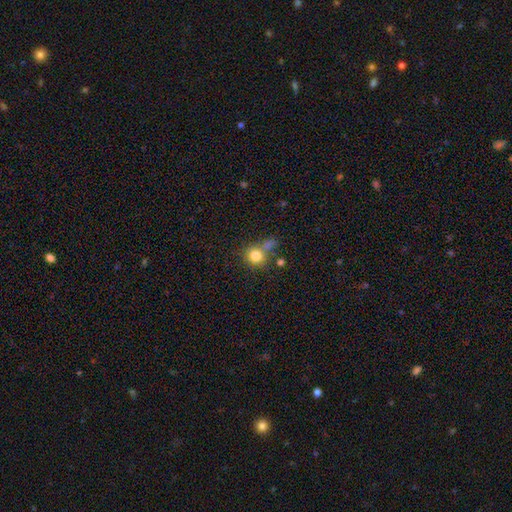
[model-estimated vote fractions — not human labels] Smooth or featured: smooth — 81% (star or artifact — 11%)
How rounded: round — 87% (in between — 12%)
Merging: none — 56% (merger — 23%)